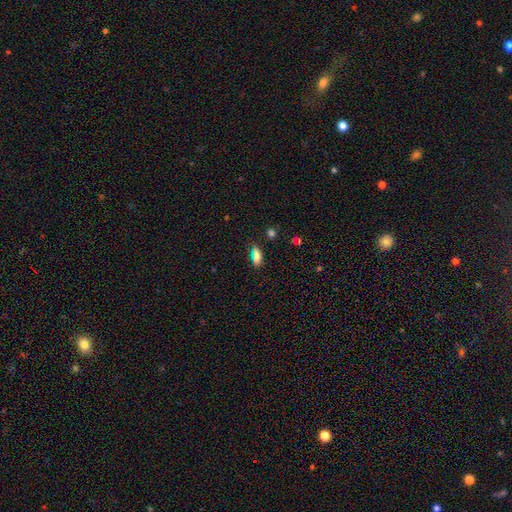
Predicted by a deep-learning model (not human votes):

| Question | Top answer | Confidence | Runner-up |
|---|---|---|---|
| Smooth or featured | smooth | 67% | star or artifact (19%) |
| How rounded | in between | 72% | cigar-shaped (18%) |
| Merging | none | 80% | minor disturbance (13%) |